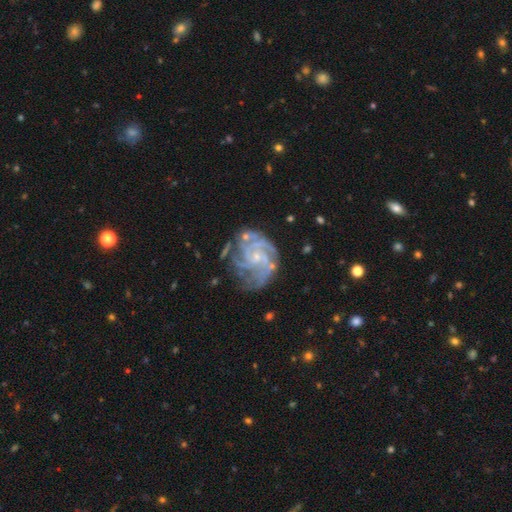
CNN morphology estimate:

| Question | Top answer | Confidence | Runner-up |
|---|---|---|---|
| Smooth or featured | featured or disk | 89% | star or artifact (6%) |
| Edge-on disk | no | 98% | yes (2%) |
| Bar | no | 68% | weak (26%) |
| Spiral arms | yes | 98% | no (2%) |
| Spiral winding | tight | 62% | medium (33%) |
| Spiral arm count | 4 | 31% | 3 (22%) |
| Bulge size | small | 77% | moderate (16%) |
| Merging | none | 64% | minor disturbance (22%) |